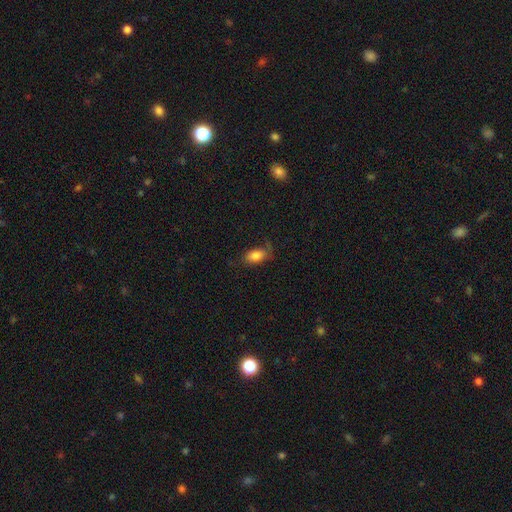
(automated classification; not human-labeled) This is likely a smooth galaxy (79%). How rounded: clearly in between (90%). Merging: likely none (63%).